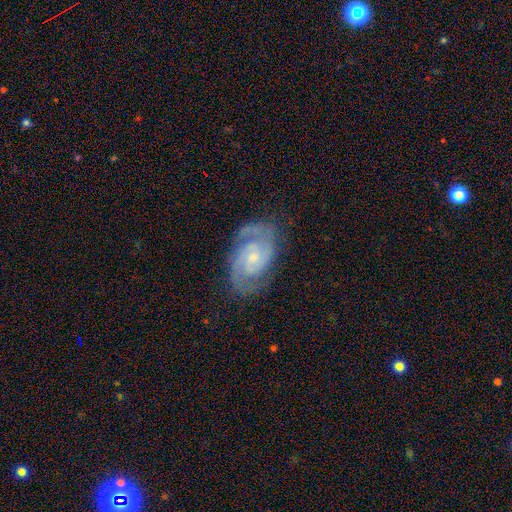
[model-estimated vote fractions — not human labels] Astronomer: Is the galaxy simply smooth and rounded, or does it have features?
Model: featured or disk — 88%.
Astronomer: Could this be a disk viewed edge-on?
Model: no — 97%.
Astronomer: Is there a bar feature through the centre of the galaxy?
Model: no — 63%.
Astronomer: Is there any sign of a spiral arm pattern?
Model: yes — 98%.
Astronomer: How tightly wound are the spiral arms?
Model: tight — 56% (runner-up: medium, 38%).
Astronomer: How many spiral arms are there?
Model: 2 — 81%.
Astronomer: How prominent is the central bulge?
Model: small — 66%.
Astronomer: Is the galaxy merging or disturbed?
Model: none — 81%.